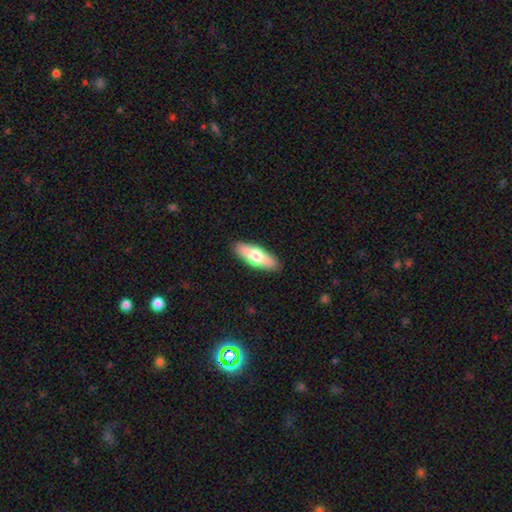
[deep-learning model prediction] Overall: smooth (63%; featured or disk 31%). How rounded: in between (62%; cigar-shaped 35%). Merging: none (89%).